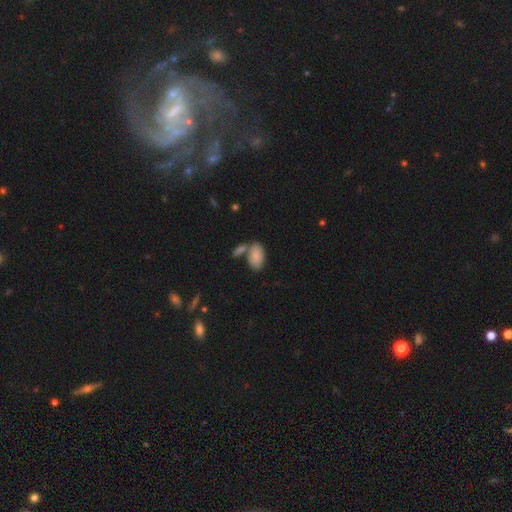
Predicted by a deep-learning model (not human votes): smooth-or-featured: smooth: 84% | featured or disk: 9% | star or artifact: 7%
  how-rounded: in between: 94% | round: 4% | cigar-shaped: 2%
  merging: none: 54% | merger: 28% | minor disturbance: 13% | major disturbance: 4%